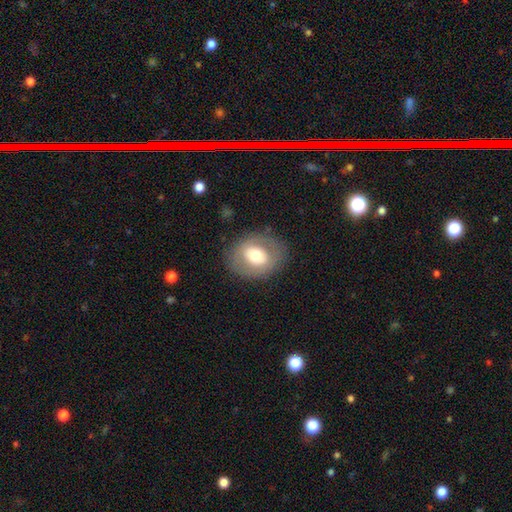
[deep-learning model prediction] smooth-or-featured: smooth: 58% | featured or disk: 34% | star or artifact: 8%
  how-rounded: in between: 51% | round: 48% | cigar-shaped: 1%
  merging: none: 80% | minor disturbance: 13% | major disturbance: 6% | merger: 1%